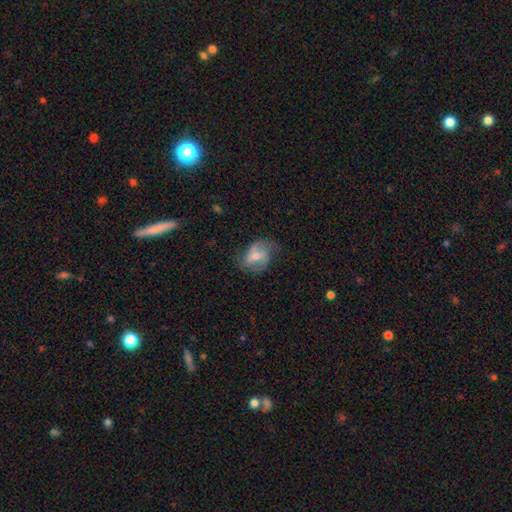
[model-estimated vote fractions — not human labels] smooth-or-featured: featured or disk: 58% | smooth: 34% | star or artifact: 8%
  disk-edge-on: no: 96% | yes: 4%
    bar: no: 42% | weak: 41% | strong: 17%
    has-spiral-arms: yes: 80% | no: 20%
    bulge-size: moderate: 50% | small: 42% | large: 3% | none: 3% | dominant: 1%
  merging: none: 56% | minor disturbance: 28% | major disturbance: 15% | merger: 2%